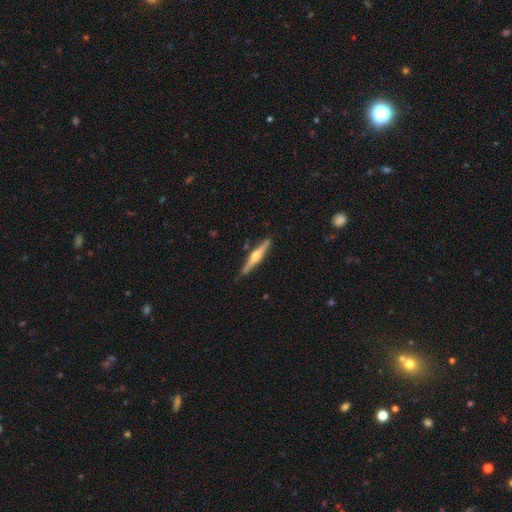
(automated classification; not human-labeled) Smooth or featured: featured or disk — 69% (smooth — 26%)
Edge-on disk: yes — 97% (no — 3%)
Edge-on bulge: rounded — 92% (boxy — 4%)
Merging: none — 84% (minor disturbance — 12%)